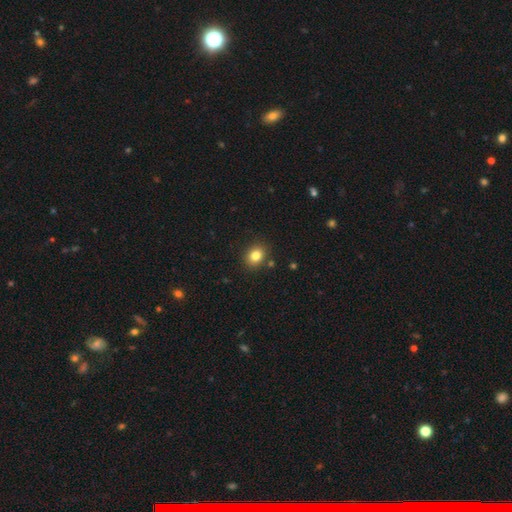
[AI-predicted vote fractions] This is clearly a smooth galaxy (83%). How rounded: possibly round (53%). Merging: clearly none (86%).